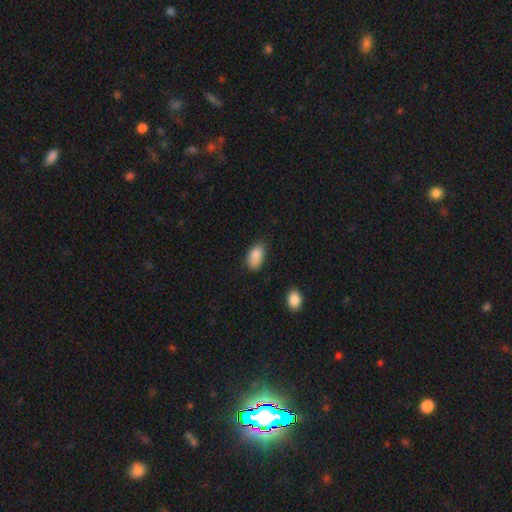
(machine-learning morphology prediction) Smooth or featured?
  - smooth: 86% *
  - star or artifact: 8%
  - featured or disk: 6%
How rounded?
  - in between: 92% *
  - round: 4%
  - cigar-shaped: 3%
Merging?
  - none: 63% *
  - minor disturbance: 29%
  - major disturbance: 5%
  - merger: 3%